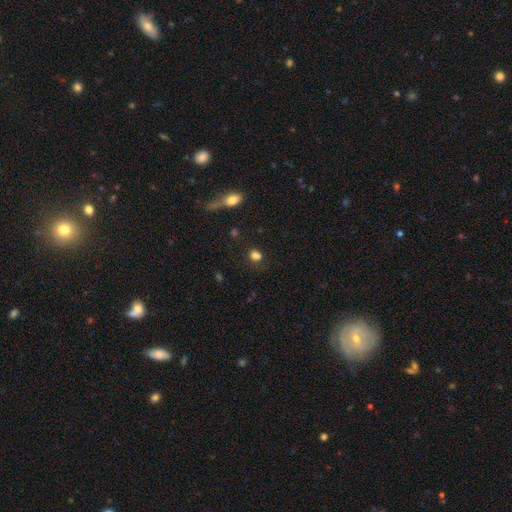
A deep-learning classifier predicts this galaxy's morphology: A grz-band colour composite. It shows a smooth galaxy with no disk features (78%) that is round (66%). Merging: none (66%).